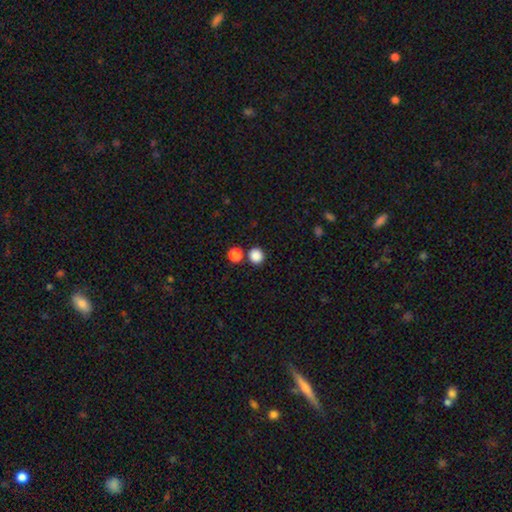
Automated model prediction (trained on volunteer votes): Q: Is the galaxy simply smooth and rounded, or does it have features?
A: smooth — 86%.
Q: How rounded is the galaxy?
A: round — 92%.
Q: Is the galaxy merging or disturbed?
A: none — 83%.